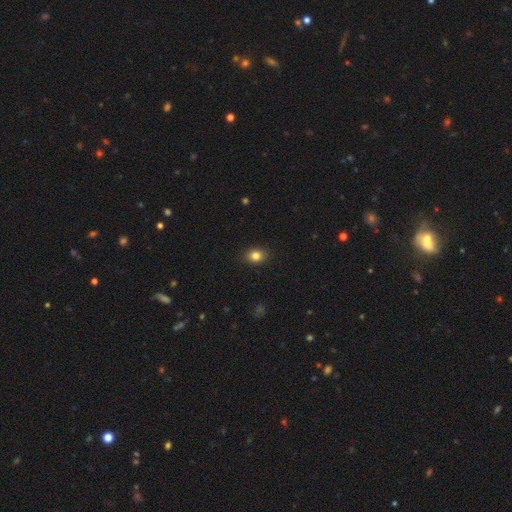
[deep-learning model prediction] smooth_or_featured: smooth (p=0.83) [alt: star or artifact p=0.11]
how_rounded: in between (p=0.50) [alt: round p=0.49]
merging: none (p=0.89) [alt: minor disturbance p=0.08]